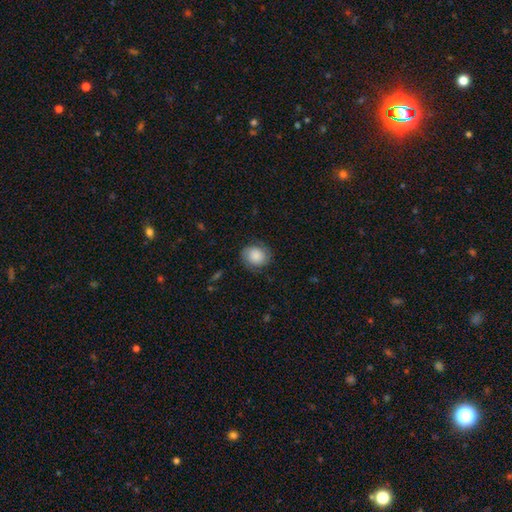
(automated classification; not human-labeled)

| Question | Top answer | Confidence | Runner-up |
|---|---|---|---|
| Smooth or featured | smooth | 67% | featured or disk (24%) |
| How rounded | round | 70% | in between (29%) |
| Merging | none | 77% | minor disturbance (16%) |